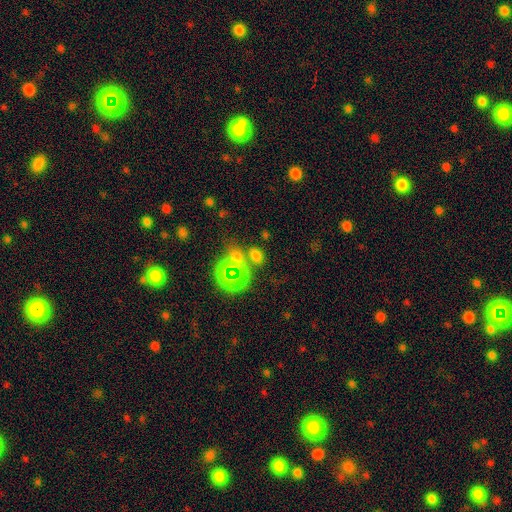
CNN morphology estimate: This is possibly a smooth galaxy (56%). How rounded: likely in between (63%). Merging: likely none (67%).